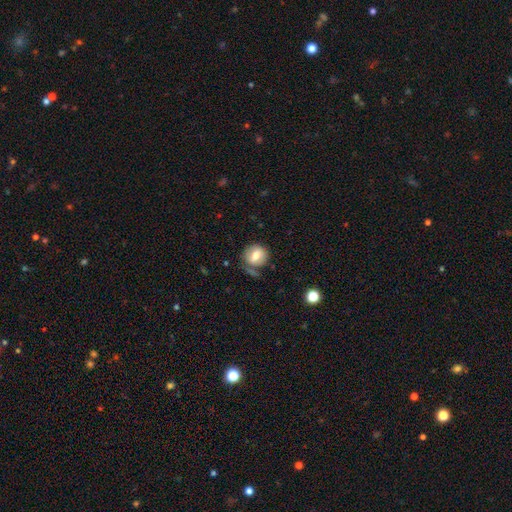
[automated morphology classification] smooth_or_featured: smooth (p=0.66) [alt: featured or disk p=0.25]
how_rounded: round (p=0.75) [alt: in between p=0.24]
merging: none (p=0.60) [alt: minor disturbance p=0.21]